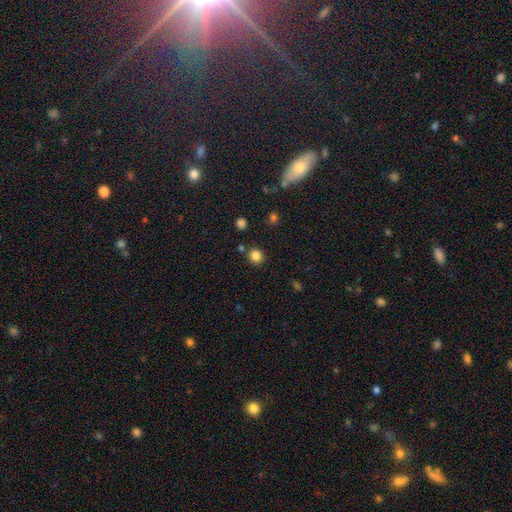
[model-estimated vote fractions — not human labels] This is clearly a smooth galaxy (83%). How rounded: clearly round (84%). Merging: clearly none (84%).